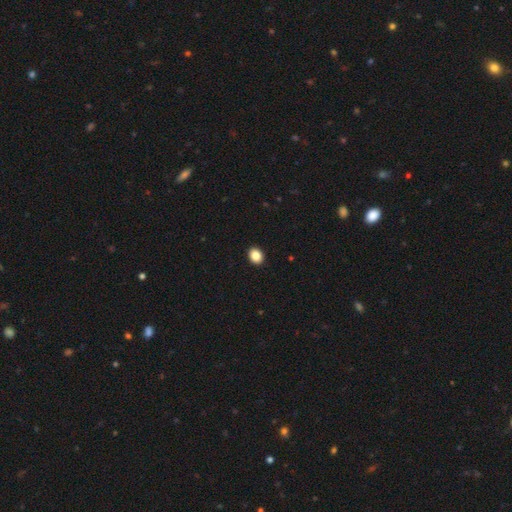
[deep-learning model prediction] smooth-or-featured: smooth: 87% | star or artifact: 9% | featured or disk: 4%
  how-rounded: in between: 57% | round: 42% | cigar-shaped: 1%
  merging: none: 92% | minor disturbance: 5% | major disturbance: 1% | merger: 1%